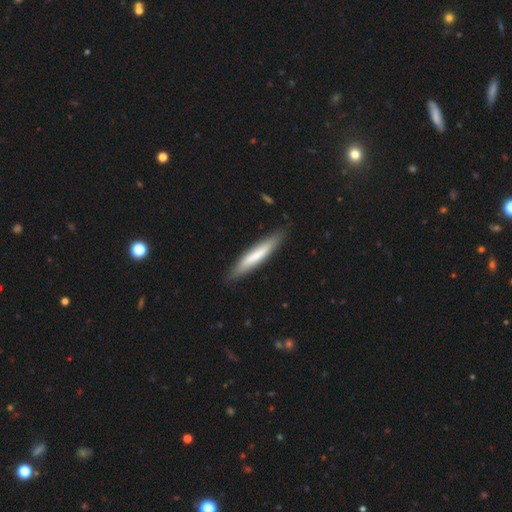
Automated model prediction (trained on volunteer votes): The model was most divided on "smooth or featured": smooth: 67%, featured or disk: 28%, star or artifact: 5%. More confident: how rounded — cigar-shaped (91%); merging — none (86%).